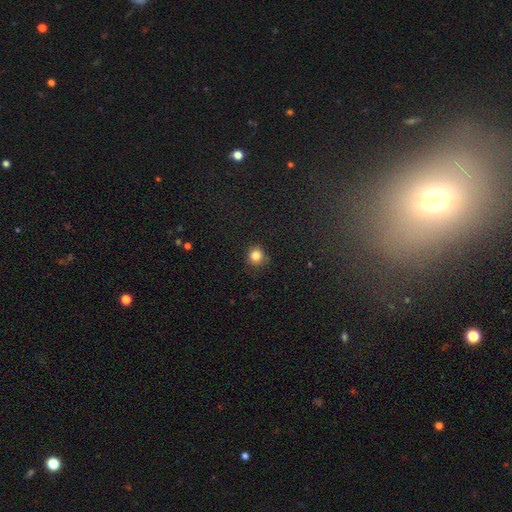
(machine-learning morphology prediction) A smooth galaxy with no disk features (83%) that is round (89%). Merging: none (81%).